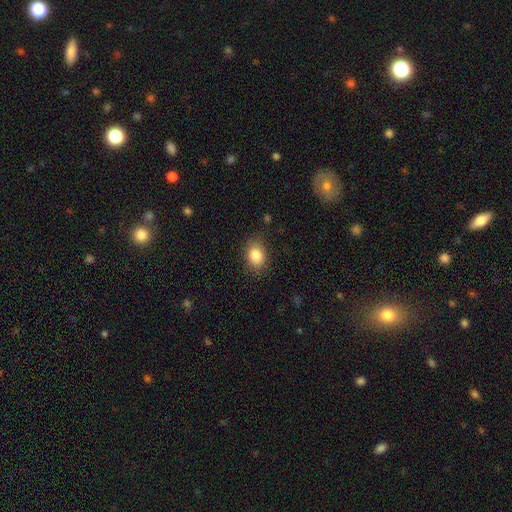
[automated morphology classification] Smooth or featured?
  - smooth: 84% *
  - star or artifact: 9%
  - featured or disk: 7%
How rounded?
  - in between: 61% *
  - round: 38%
  - cigar-shaped: 1%
Merging?
  - none: 84% *
  - minor disturbance: 12%
  - major disturbance: 3%
  - merger: 1%